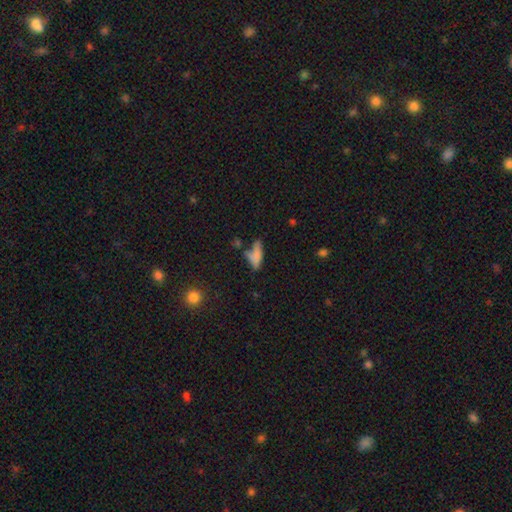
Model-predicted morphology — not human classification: Overall: smooth (69%). How rounded: in between (54%; cigar-shaped 42%). Merging: none (42%; minor disturbance 23%).